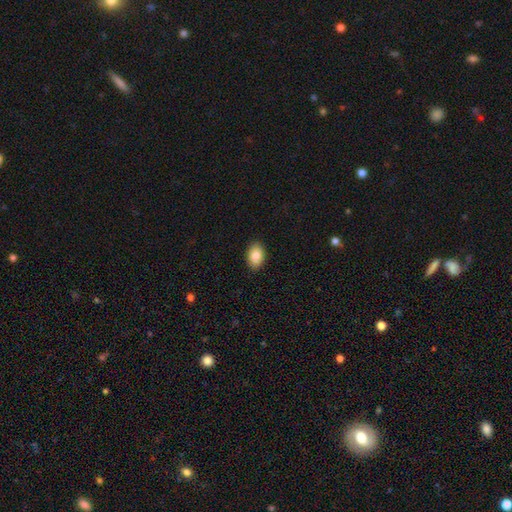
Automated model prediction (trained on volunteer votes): Smooth or featured? smooth (87%)
How rounded? in between (89%)
Merging? none (89%)